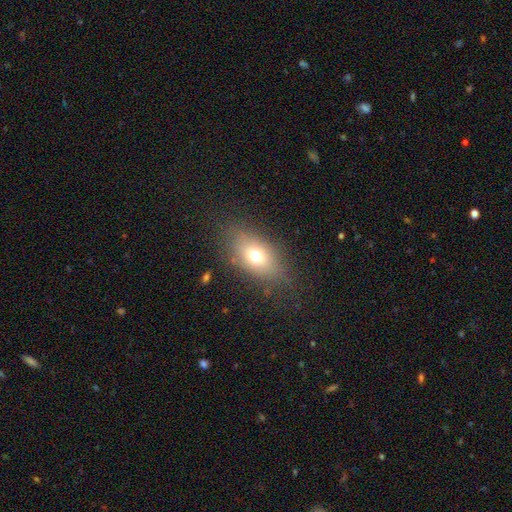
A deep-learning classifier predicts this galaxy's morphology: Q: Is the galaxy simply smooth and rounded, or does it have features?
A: smooth — 68%.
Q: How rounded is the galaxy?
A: in between — 81%.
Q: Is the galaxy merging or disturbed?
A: none — 76%.